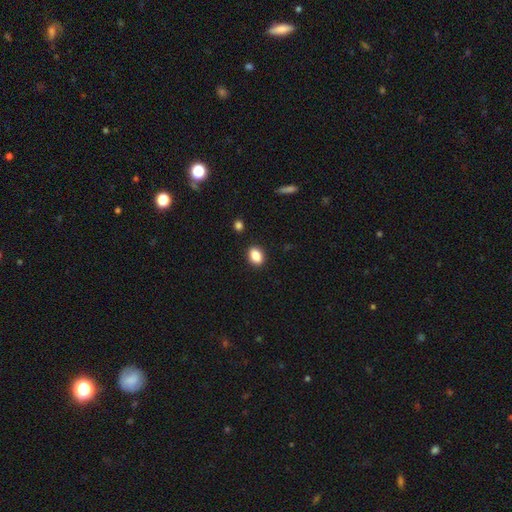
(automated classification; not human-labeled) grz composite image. It shows a smooth galaxy with no disk features (86%) that is in between round and cigar-shaped (76%). Merging: none (89%).